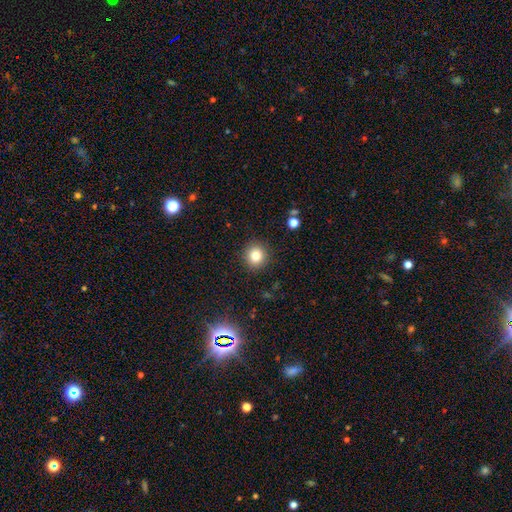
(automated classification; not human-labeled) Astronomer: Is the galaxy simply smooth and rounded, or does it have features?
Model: smooth — 81%.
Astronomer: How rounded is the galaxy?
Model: round — 89%.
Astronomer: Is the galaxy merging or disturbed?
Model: none — 90%.